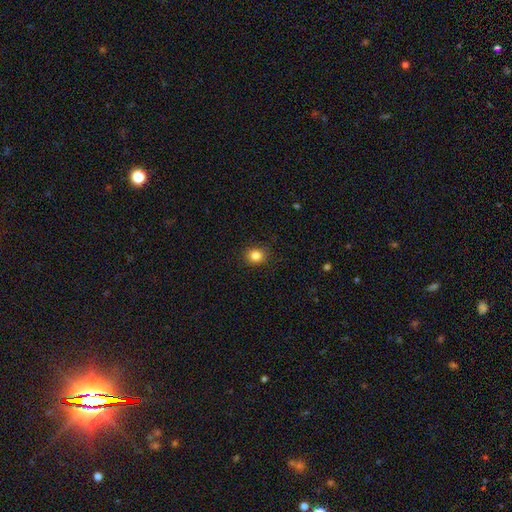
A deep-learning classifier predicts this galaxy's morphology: This appears to be a smooth galaxy with no disk features (84%) that is round (78%). Merging: none (90%).